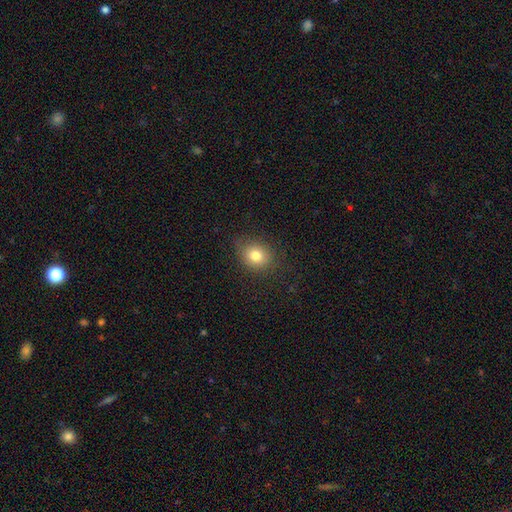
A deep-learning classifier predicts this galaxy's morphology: Smooth or featured? Predicted: smooth (p=0.80). How rounded? Predicted: round (p=0.66). Merging? Predicted: none (p=0.82).